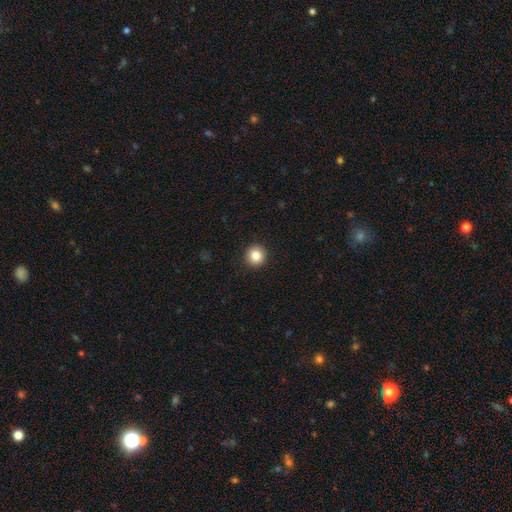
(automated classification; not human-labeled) A smooth galaxy with no disk features (85%) that is round (93%).

Vote fractions:
- Smooth or featured? smooth: 85% / star or artifact: 10% / featured or disk: 5%
- How rounded? round: 93% / in between: 6% / cigar-shaped: 1%
- Merging? none: 92% / minor disturbance: 5% / major disturbance: 2% / merger: 1%